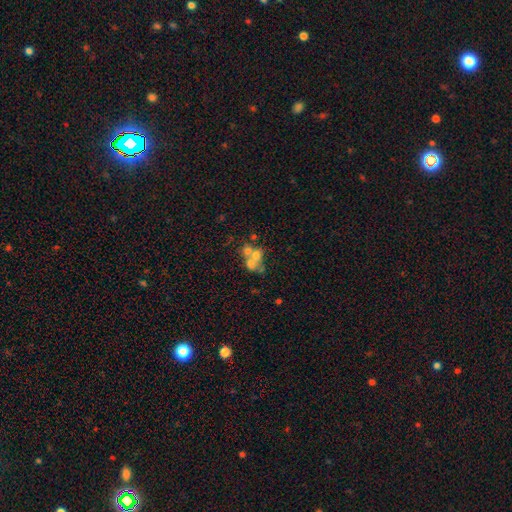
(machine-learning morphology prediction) This is possibly a smooth galaxy (48%). Merging: likely merger (61%).